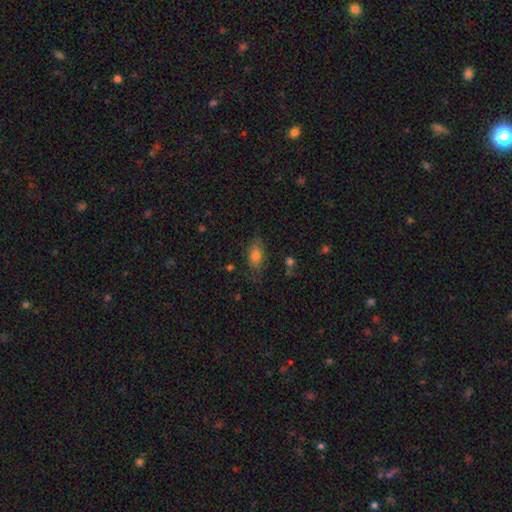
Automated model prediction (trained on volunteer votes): A smooth galaxy with no disk features (77%) that is in between round and cigar-shaped (85%). Merging: none (70%).